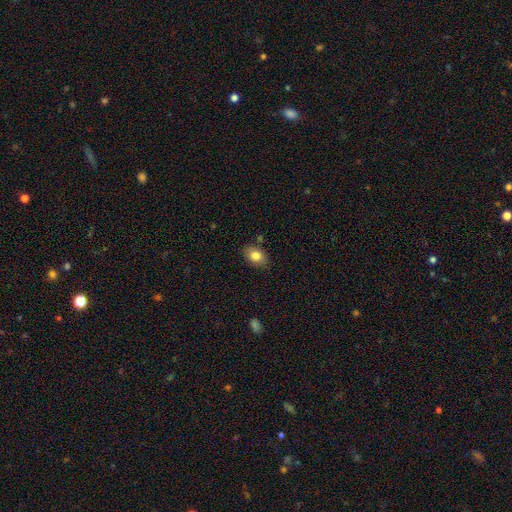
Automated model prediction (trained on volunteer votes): Morphology: type=smooth (81%); roundness=in between (81%); merging=none (81%).